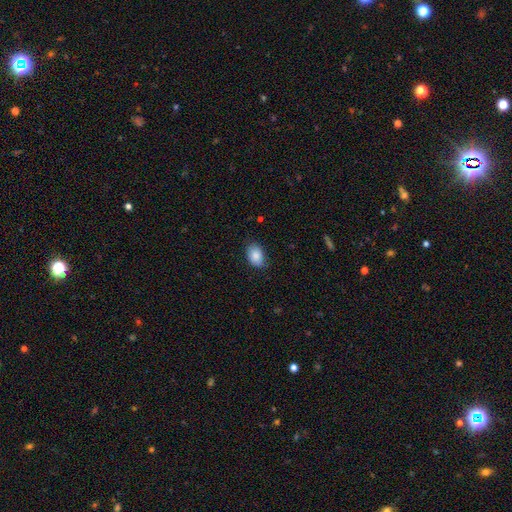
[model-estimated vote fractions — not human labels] Q: Smooth or featured?
A: smooth (88%); runner-up: star or artifact (7%)
Q: How rounded?
A: in between (85%); runner-up: round (14%)
Q: Merging?
A: none (80%); runner-up: minor disturbance (17%)